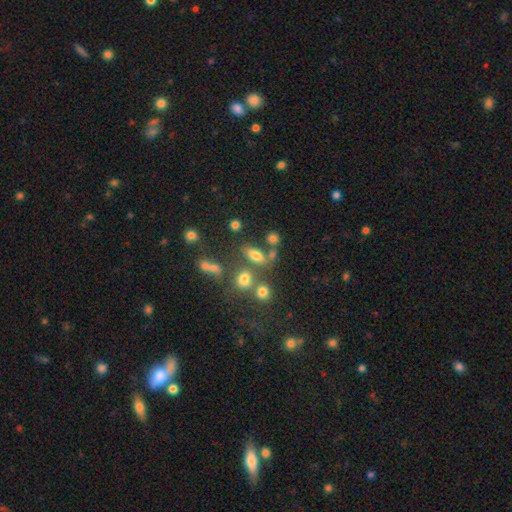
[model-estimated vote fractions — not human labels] Overall: smooth (68%). How rounded: in between (71%). Merging: none (55%; merger 24%).